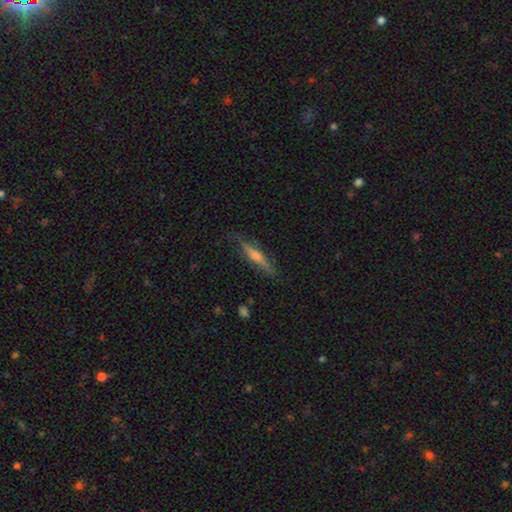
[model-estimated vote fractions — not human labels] The model was most divided on "smooth or featured": featured or disk: 61%, smooth: 32%, star or artifact: 6%. More confident: edge-on disk — yes (96%); merging — none (81%); edge-on bulge — rounded (76%).